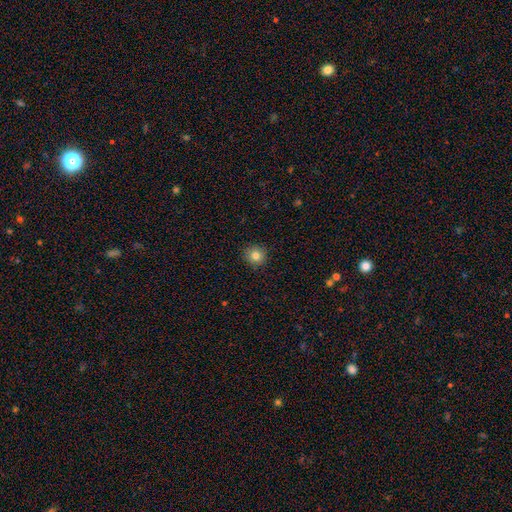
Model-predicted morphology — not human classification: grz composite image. It shows a smooth galaxy with no disk features (81%) that is round (93%). Merging: none (91%).